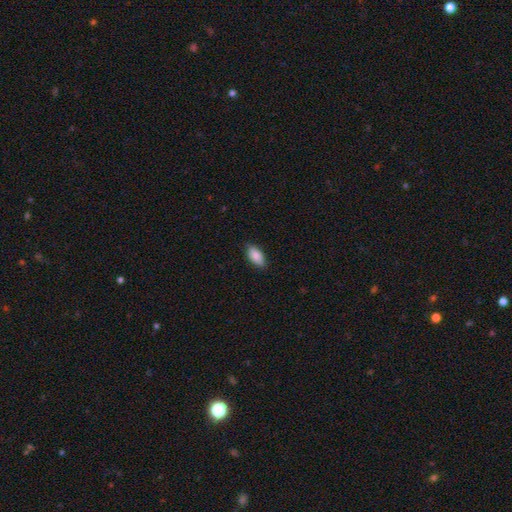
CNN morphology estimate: A smooth galaxy with no disk features (87%) that is in between round and cigar-shaped (93%).

Vote fractions:
- Smooth or featured? smooth: 87% / star or artifact: 6% / featured or disk: 6%
- How rounded? in between: 93% / cigar-shaped: 5% / round: 3%
- Merging? none: 84% / minor disturbance: 13% / major disturbance: 2% / merger: 1%